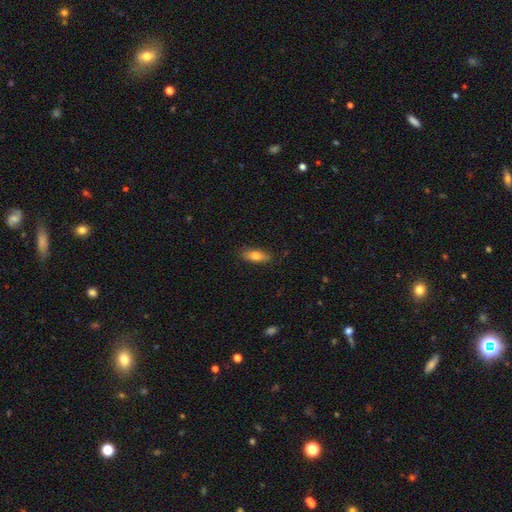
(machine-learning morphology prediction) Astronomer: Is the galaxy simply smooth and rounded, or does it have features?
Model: smooth — 76%.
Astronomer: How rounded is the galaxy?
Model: in between — 73%.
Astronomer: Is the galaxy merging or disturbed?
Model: none — 83%.